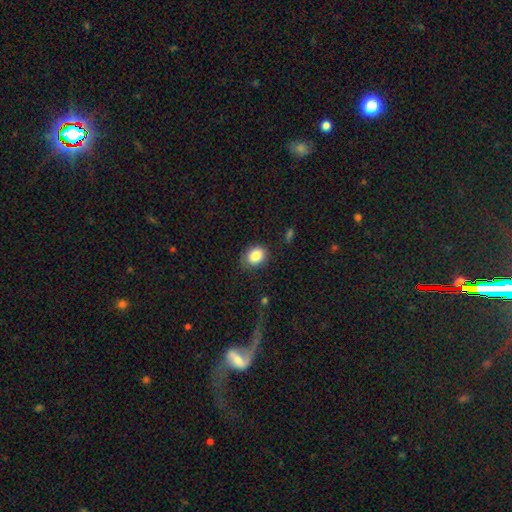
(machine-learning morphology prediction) Overall: smooth (85%). How rounded: in between (51%; round 48%). Merging: none (77%).